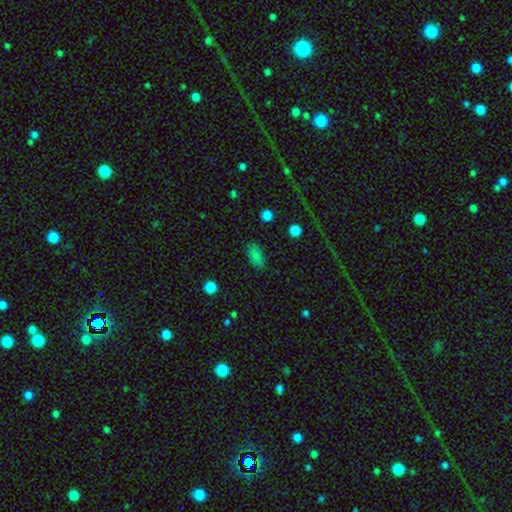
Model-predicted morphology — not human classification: smooth-or-featured: smooth: 83% | star or artifact: 11% | featured or disk: 6%
  how-rounded: in between: 90% | round: 6% | cigar-shaped: 4%
  merging: none: 83% | minor disturbance: 12% | major disturbance: 3% | merger: 1%